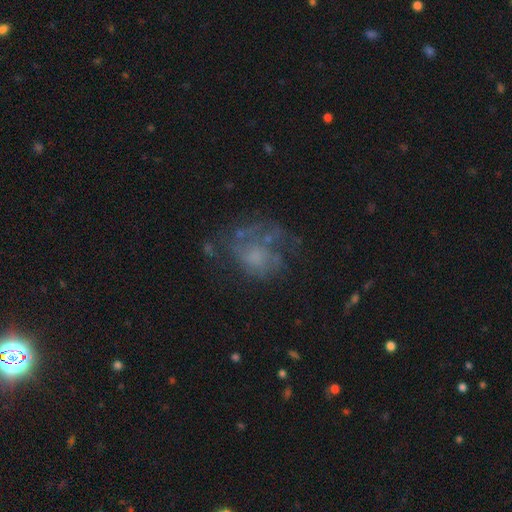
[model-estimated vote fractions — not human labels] Smooth or featured: featured or disk — 52% (smooth — 32%)
Edge-on disk: no — 98% (yes — 2%)
Bar: no — 85% (weak — 13%)
Spiral arms: no — 60% (yes — 40%)
Bulge size: none — 45% (moderate — 24%)
Merging: none — 43% (major disturbance — 31%)